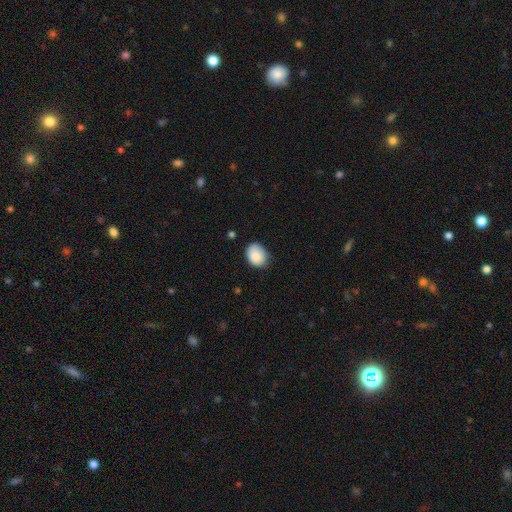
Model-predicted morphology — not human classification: smooth_or_featured: smooth (p=0.87) [alt: star or artifact p=0.08]
how_rounded: in between (p=0.62) [alt: round p=0.37]
merging: none (p=0.69) [alt: minor disturbance p=0.25]